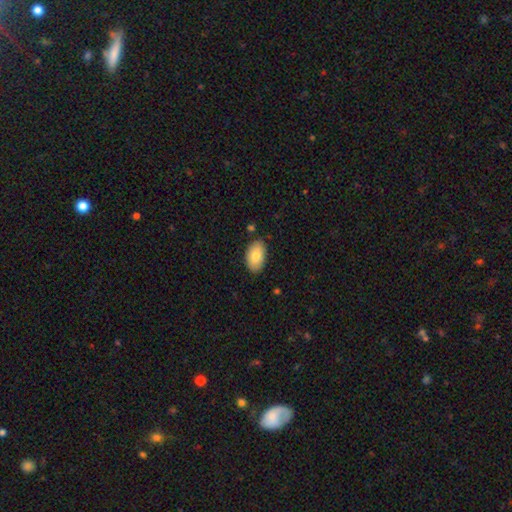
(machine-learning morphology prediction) smooth_or_featured: smooth (p=0.81) [alt: featured or disk p=0.12]
how_rounded: in between (p=0.94) [alt: round p=0.05]
merging: none (p=0.84) [alt: minor disturbance p=0.12]